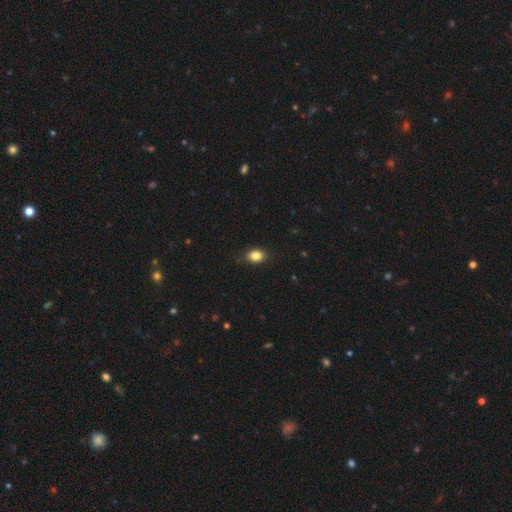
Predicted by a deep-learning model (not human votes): Smooth or featured?
  - smooth: 85% *
  - star or artifact: 9%
  - featured or disk: 5%
How rounded?
  - in between: 69% *
  - round: 30%
  - cigar-shaped: 1%
Merging?
  - none: 85% *
  - minor disturbance: 11%
  - major disturbance: 2%
  - merger: 1%